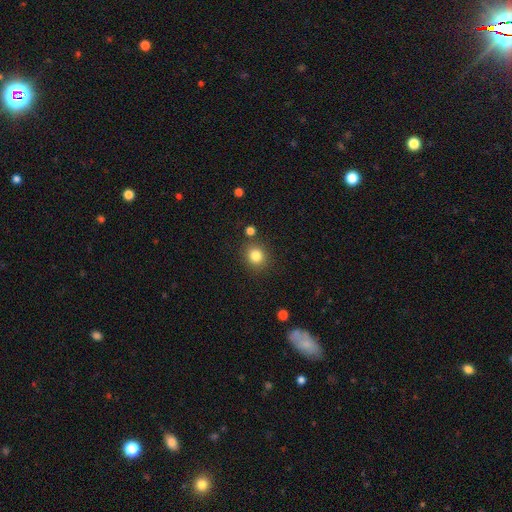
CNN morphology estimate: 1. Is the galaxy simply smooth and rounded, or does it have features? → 83% smooth, 12% star or artifact, 6% featured or disk.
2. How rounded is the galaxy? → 84% round, 15% in between, 1% cigar-shaped.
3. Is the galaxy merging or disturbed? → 84% none, 8% minor disturbance, 5% merger, 3% major disturbance.